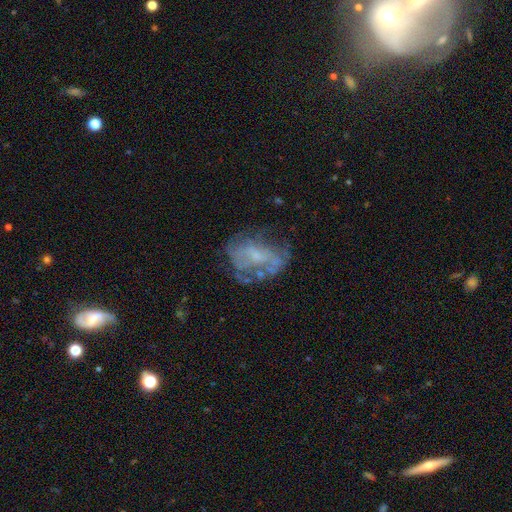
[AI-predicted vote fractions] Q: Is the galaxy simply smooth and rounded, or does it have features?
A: featured or disk — 62%.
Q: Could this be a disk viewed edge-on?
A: no — 97%.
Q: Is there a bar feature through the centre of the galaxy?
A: no — 71%.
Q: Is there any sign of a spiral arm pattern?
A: no — 66%.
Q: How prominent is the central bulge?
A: small — 48%.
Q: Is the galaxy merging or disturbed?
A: none — 44%.